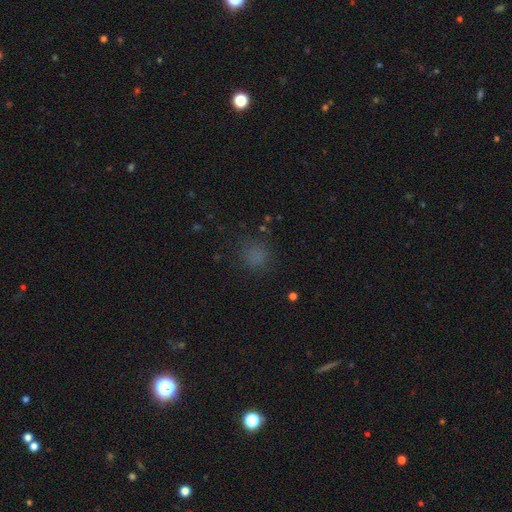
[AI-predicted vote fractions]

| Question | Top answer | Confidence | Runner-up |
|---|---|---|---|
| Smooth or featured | smooth | 74% | star or artifact (20%) |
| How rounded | round | 86% | in between (13%) |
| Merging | none | 80% | minor disturbance (12%) |